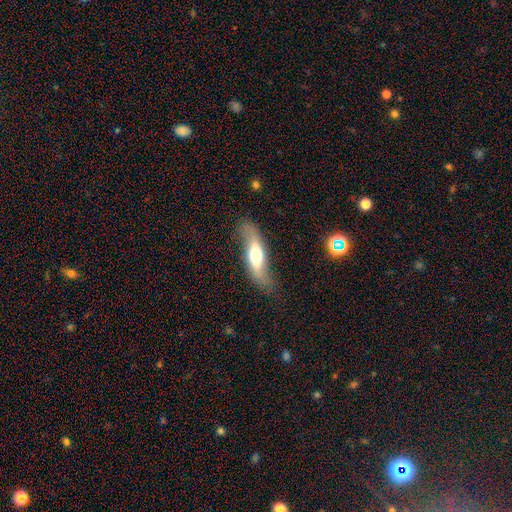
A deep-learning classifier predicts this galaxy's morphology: Smooth or featured? Predicted: featured or disk (p=0.57). Edge-on disk? Predicted: no (p=0.55). Merging? Predicted: none (p=0.65).